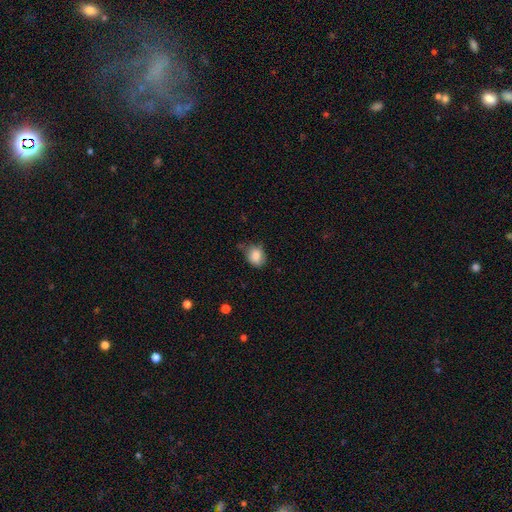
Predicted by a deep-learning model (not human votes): This is clearly a smooth galaxy (82%). How rounded: possibly round (51%). Merging: possibly none (53%).